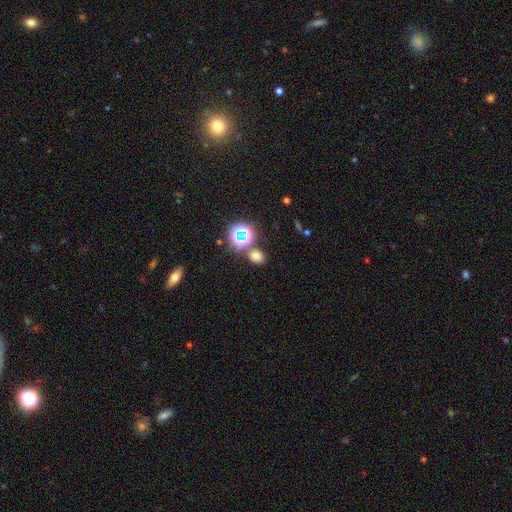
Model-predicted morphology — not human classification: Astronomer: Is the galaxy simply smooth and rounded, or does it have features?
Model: smooth — 68%.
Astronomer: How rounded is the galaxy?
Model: round — 62%.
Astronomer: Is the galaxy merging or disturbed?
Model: none — 79%.